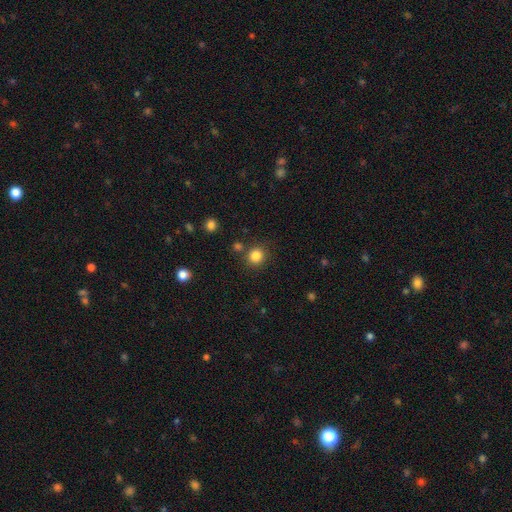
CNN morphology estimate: Overall: smooth (84%). How rounded: round (91%). Merging: none (83%).